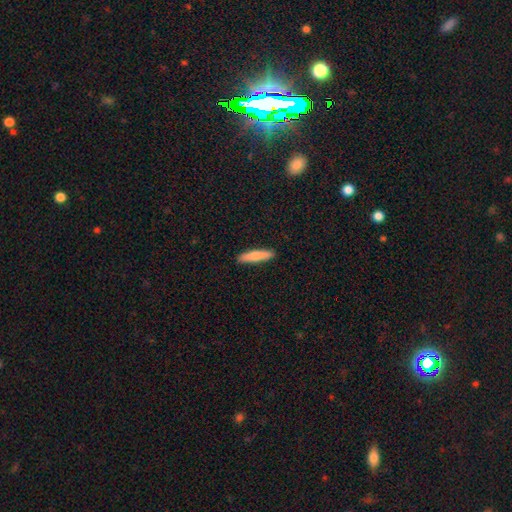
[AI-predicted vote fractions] smooth-or-featured: smooth: 80% | featured or disk: 15% | star or artifact: 5%
  how-rounded: cigar-shaped: 86% | in between: 13% | round: 1%
  merging: none: 91% | minor disturbance: 6% | major disturbance: 1% | merger: 1%